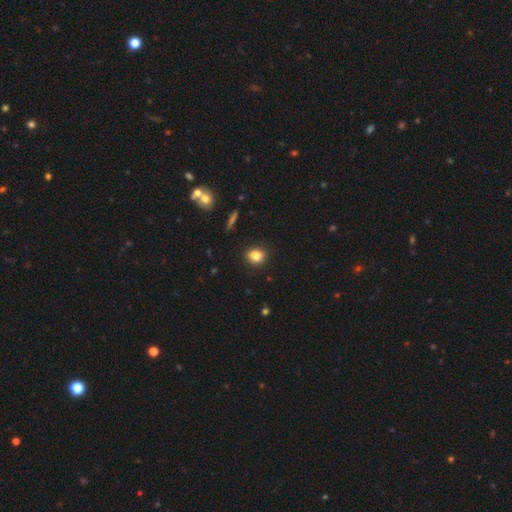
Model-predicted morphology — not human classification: This appears to be a smooth galaxy with no disk features (84%) that is round (59%). Merging: none (88%).